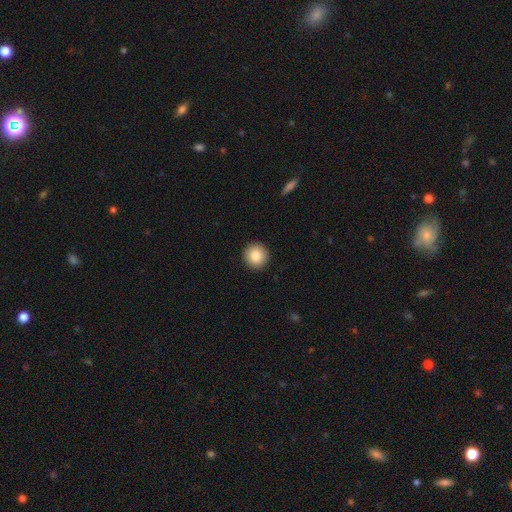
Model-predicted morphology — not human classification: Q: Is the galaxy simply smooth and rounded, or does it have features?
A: smooth — 84%.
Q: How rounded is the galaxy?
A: round — 94%.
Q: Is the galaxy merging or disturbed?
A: none — 93%.